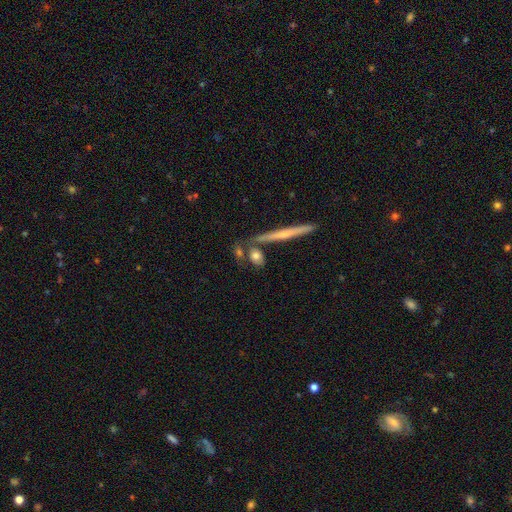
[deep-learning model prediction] smooth 69%, featured or disk 24%, star or artifact 7%. Down the decision tree: how rounded — in between (51%); merging — none (61%).